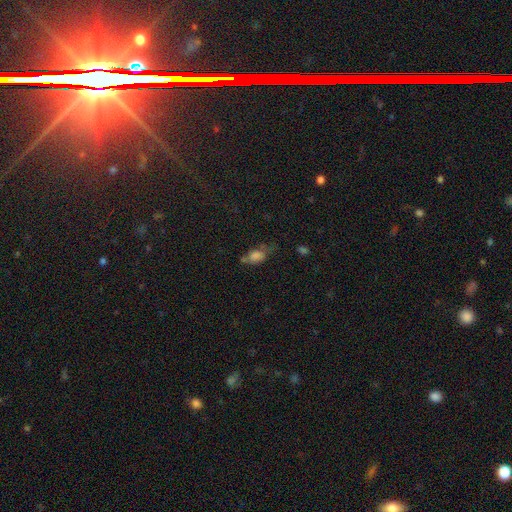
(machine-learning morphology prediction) Smooth or featured?
  - smooth: 70% *
  - star or artifact: 15%
  - featured or disk: 14%
How rounded?
  - in between: 80% *
  - round: 11%
  - cigar-shaped: 9%
Merging?
  - none: 38% *
  - minor disturbance: 29%
  - major disturbance: 17%
  - merger: 16%